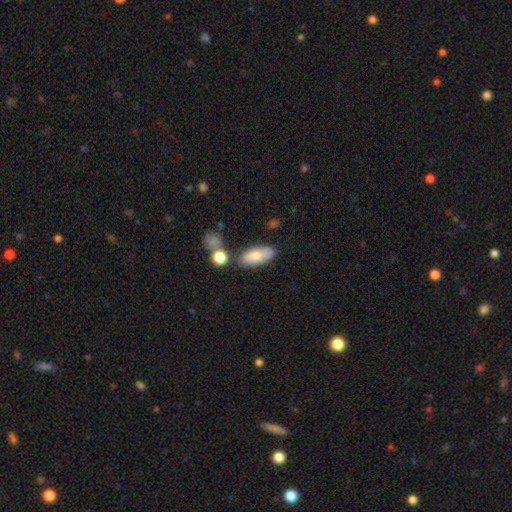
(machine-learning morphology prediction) A smooth galaxy with no disk features (74%) that is in between round and cigar-shaped (84%).

Vote fractions:
- Smooth or featured? smooth: 74% / featured or disk: 19% / star or artifact: 7%
- How rounded? in between: 84% / cigar-shaped: 12% / round: 3%
- Merging? none: 67% / minor disturbance: 17% / merger: 12% / major disturbance: 5%